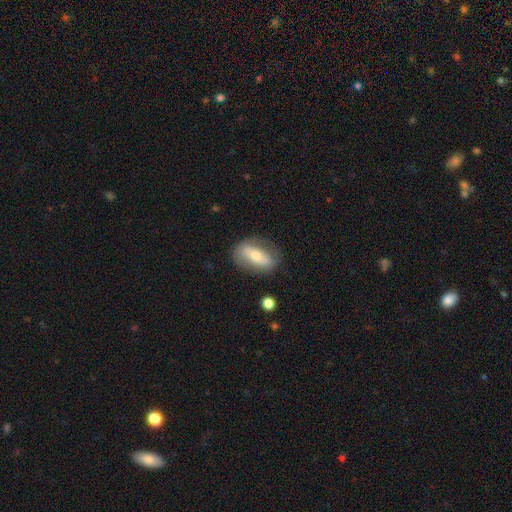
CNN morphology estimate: This appears to be a smooth galaxy with no disk features (46%, tied with featured or disk). Merging: none (76%).